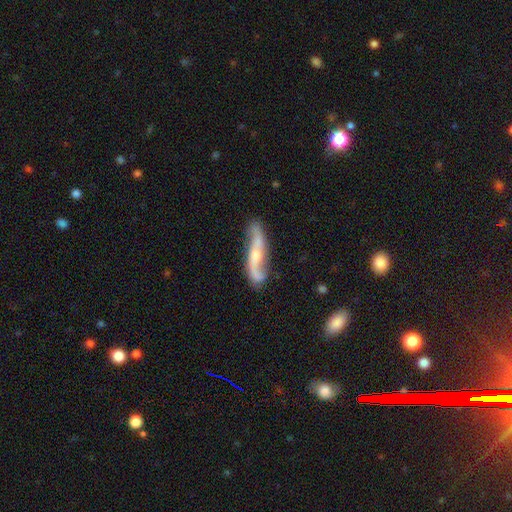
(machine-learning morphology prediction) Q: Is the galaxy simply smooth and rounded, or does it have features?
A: featured or disk — 81%.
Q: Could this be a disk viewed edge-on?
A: no — 83%.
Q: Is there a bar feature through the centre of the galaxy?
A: no — 48%.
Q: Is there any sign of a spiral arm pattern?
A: yes — 95%.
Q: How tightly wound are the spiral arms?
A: loose — 68%.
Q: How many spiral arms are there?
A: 2 — 91%.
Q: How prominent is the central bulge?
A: moderate — 46%.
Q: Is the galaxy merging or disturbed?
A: none — 74%.